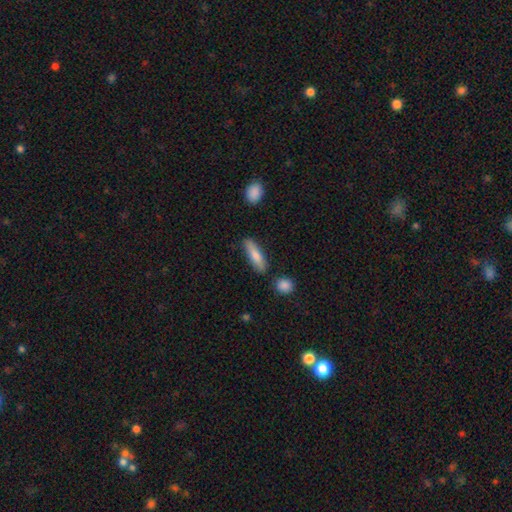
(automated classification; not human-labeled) Smooth or featured? Predicted: smooth (p=0.76). How rounded? Predicted: cigar-shaped (p=0.64). Merging? Predicted: none (p=0.80).